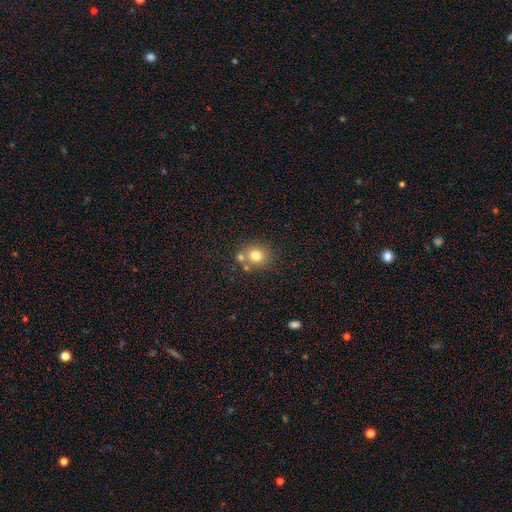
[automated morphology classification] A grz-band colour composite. It shows a smooth galaxy with no disk features (76%) that is round (81%). Merging: none (63%).